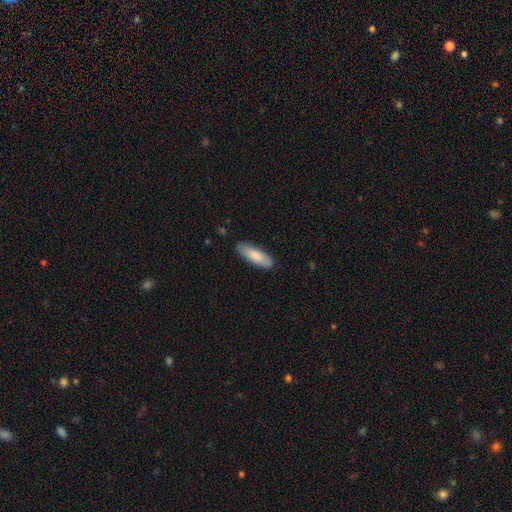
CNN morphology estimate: A smooth galaxy with no disk features (84%) that is in between round and cigar-shaped (58%). Merging: none (85%).